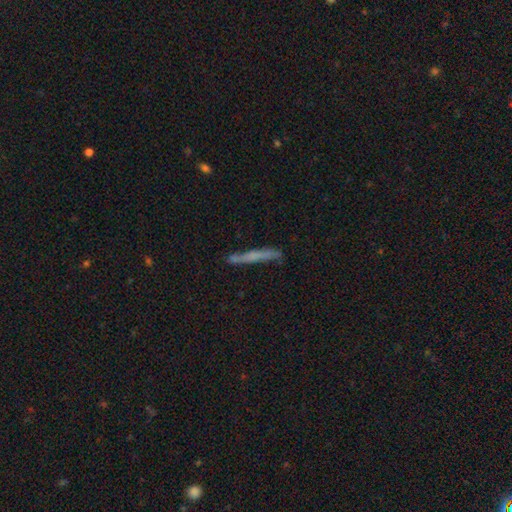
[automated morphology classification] Overall: smooth (54%; featured or disk 39%). How rounded: cigar-shaped (95%). Merging: none (74%).